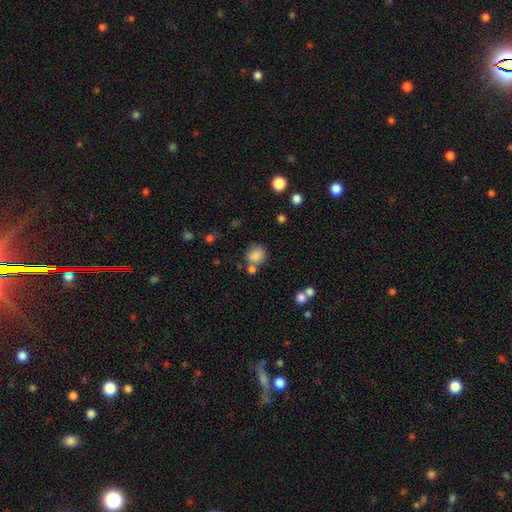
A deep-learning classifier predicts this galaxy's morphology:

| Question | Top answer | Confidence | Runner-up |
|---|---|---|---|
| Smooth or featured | smooth | 84% | star or artifact (10%) |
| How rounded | round | 71% | in between (28%) |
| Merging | none | 62% | merger (19%) |